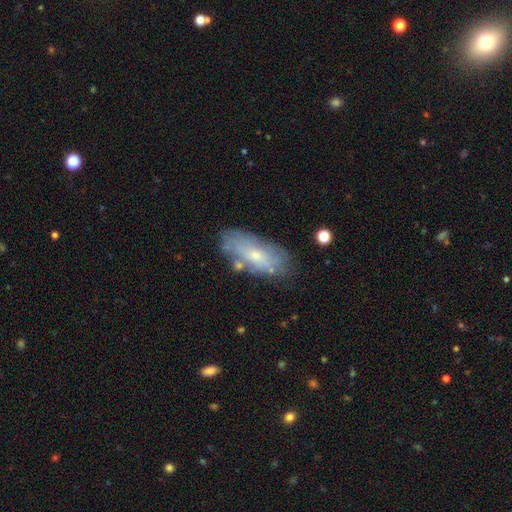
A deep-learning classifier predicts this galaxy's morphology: smooth-or-featured: featured or disk: 47% | smooth: 45% | star or artifact: 7%
  merging: none: 69% | minor disturbance: 20% | major disturbance: 6% | merger: 5%